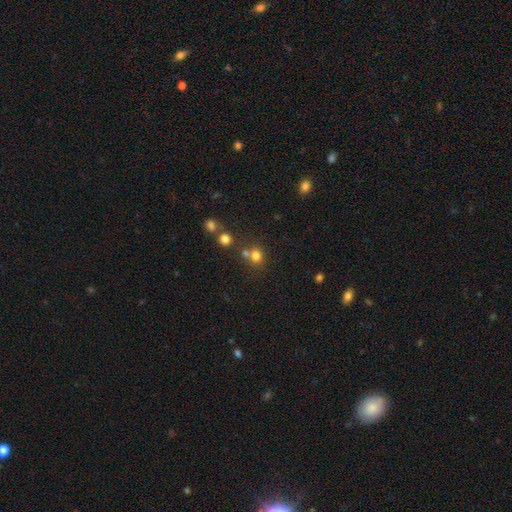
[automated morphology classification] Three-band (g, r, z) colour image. It shows a smooth galaxy with no disk features (75%) that is round (76%). Merging: none (56%).